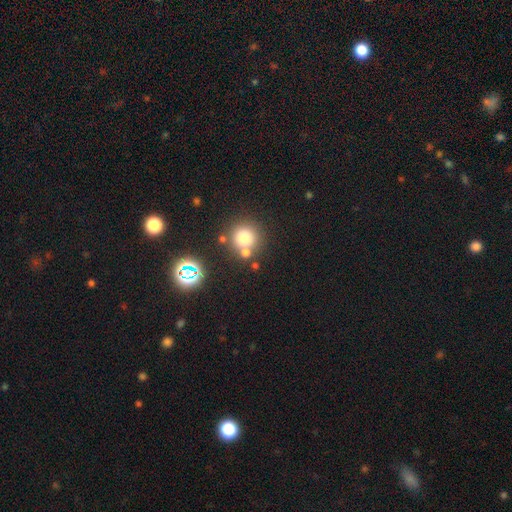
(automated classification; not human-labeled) A smooth galaxy with no disk features (49%).

Vote fractions:
- Smooth or featured? smooth: 49% / star or artifact: 45% / featured or disk: 6%
- Merging? none: 79% / merger: 10% / minor disturbance: 7% / major disturbance: 3%